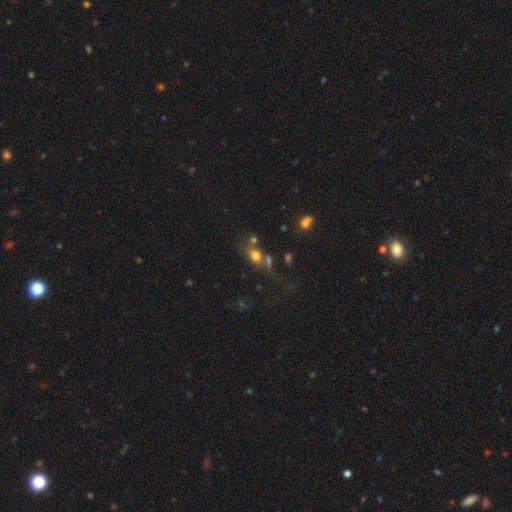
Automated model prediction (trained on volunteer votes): smooth_or_featured: smooth (p=0.70) [alt: star or artifact p=0.15]
how_rounded: in between (p=0.64) [alt: round p=0.31]
merging: none (p=0.45) [alt: merger p=0.27]